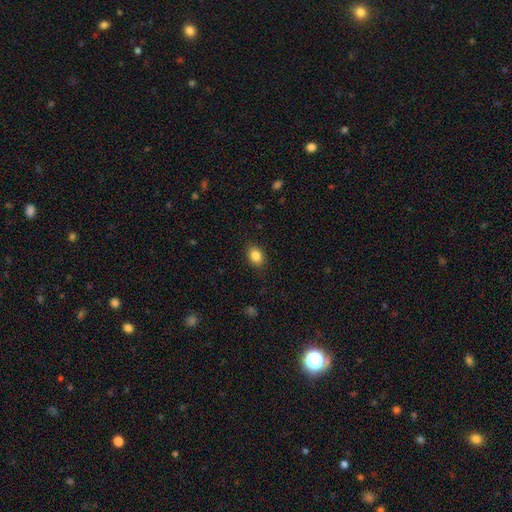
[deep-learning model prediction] This is clearly a smooth galaxy (85%). How rounded: likely in between (72%). Merging: clearly none (87%).